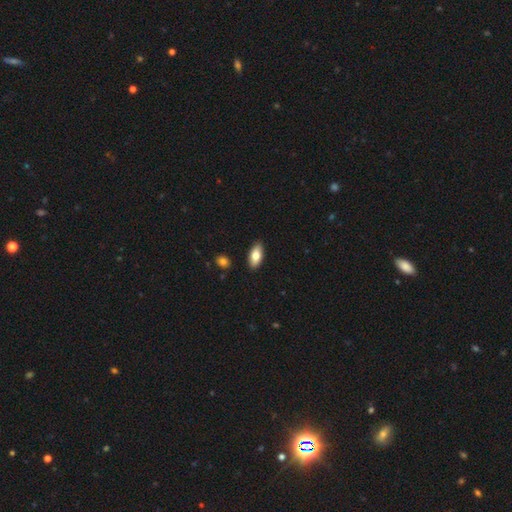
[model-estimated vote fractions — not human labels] Smooth or featured?
  - smooth: 79% *
  - featured or disk: 15%
  - star or artifact: 6%
How rounded?
  - in between: 88% *
  - cigar-shaped: 10%
  - round: 3%
Merging?
  - none: 89% *
  - minor disturbance: 8%
  - major disturbance: 2%
  - merger: 1%